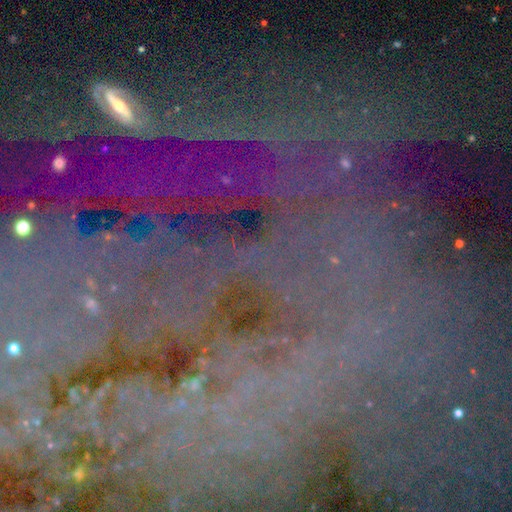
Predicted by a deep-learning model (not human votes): This appears to be a star or artifact, not a galaxy (77%).